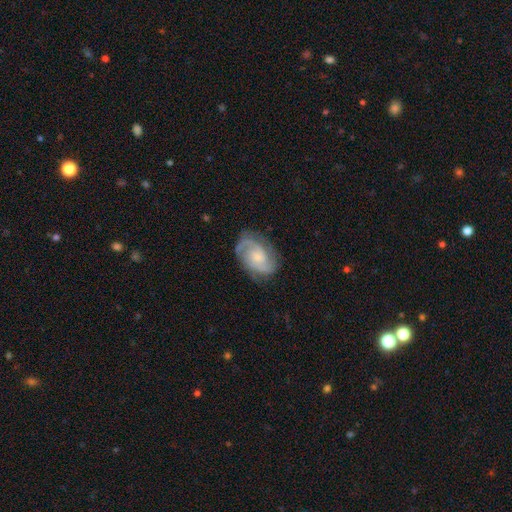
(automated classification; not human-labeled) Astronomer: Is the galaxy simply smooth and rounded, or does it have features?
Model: featured or disk — 83%.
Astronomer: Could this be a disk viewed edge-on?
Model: no — 97%.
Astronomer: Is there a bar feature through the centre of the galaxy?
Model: no — 63%.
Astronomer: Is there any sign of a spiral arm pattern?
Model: yes — 97%.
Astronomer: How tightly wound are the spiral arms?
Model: medium — 46% (runner-up: tight, 42%).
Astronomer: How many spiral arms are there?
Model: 2 — 71%.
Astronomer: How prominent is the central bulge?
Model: small — 46% (runner-up: moderate, 35%).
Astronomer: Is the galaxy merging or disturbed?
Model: none — 77%.